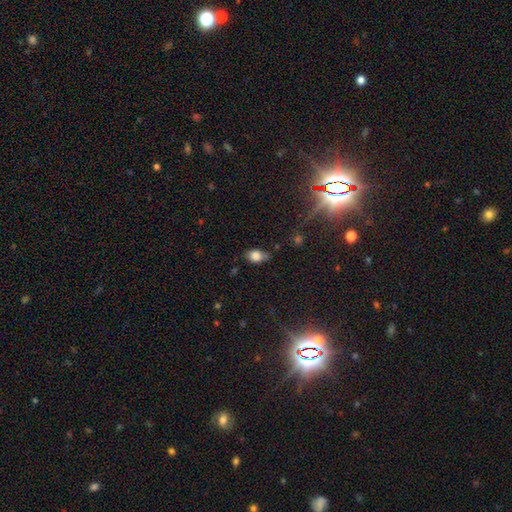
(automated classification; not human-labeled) Q: Smooth or featured?
A: smooth (80%); runner-up: star or artifact (10%)
Q: How rounded?
A: in between (78%); runner-up: round (20%)
Q: Merging?
A: none (58%); runner-up: minor disturbance (31%)